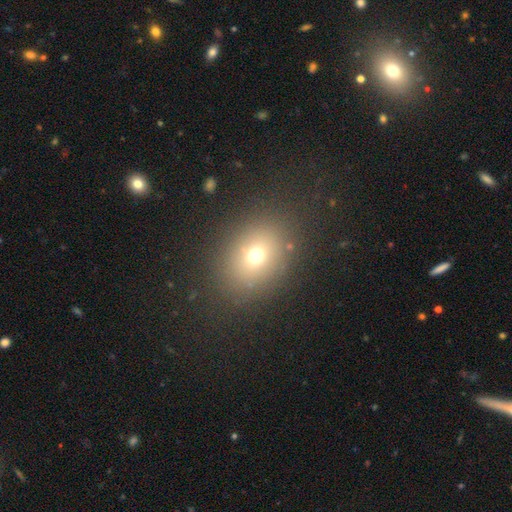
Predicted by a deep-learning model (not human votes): A smooth galaxy with no disk features (68%) that is round (51%).

Vote fractions:
- Smooth or featured? smooth: 68% / star or artifact: 18% / featured or disk: 14%
- How rounded? round: 51% / in between: 48% / cigar-shaped: 1%
- Merging? none: 83% / minor disturbance: 10% / major disturbance: 6% / merger: 2%